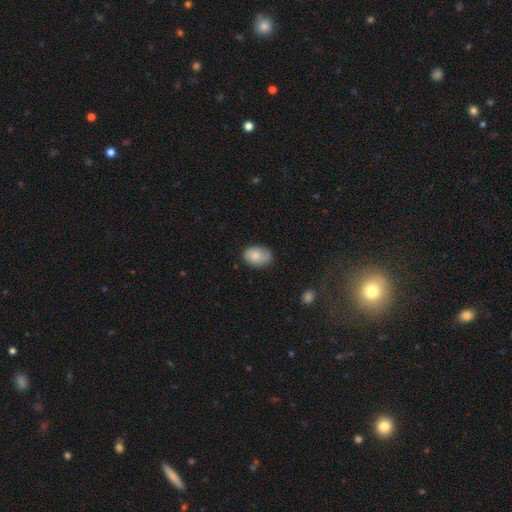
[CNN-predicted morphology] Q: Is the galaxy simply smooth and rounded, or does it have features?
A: smooth — 72%.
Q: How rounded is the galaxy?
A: in between — 74%.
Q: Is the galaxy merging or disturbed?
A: none — 69%.